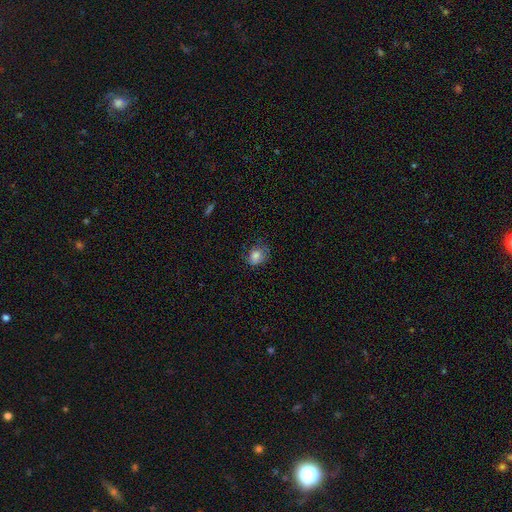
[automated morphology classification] A smooth galaxy with no disk features (77%) that is round (53%). Merging: none (58%).